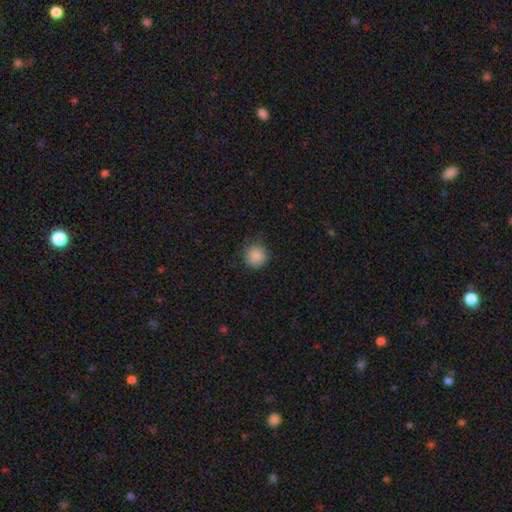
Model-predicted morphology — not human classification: This is clearly a smooth galaxy (87%). How rounded: clearly round (94%). Merging: clearly none (81%).